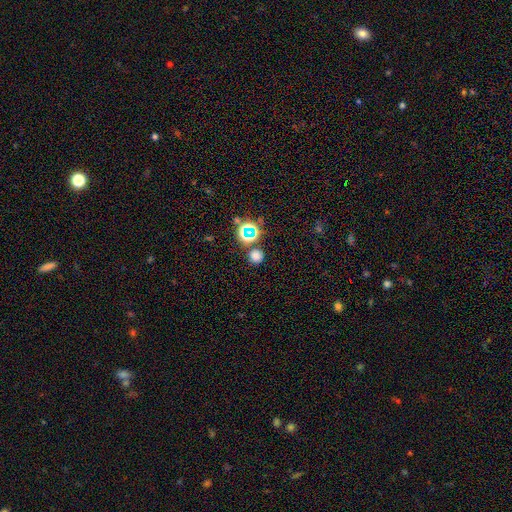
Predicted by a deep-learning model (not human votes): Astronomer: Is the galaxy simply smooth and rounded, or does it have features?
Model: smooth — 68%.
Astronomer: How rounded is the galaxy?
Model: round — 92%.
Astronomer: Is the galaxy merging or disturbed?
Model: none — 81%.